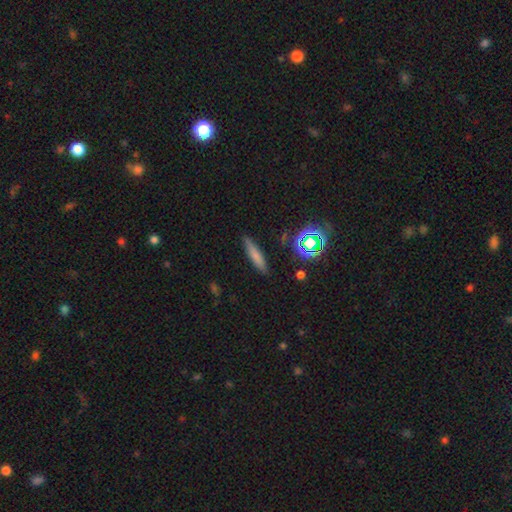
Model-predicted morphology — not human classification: smooth-or-featured: smooth: 68% | featured or disk: 18% | star or artifact: 14%
  how-rounded: cigar-shaped: 82% | in between: 15% | round: 3%
  merging: none: 85% | minor disturbance: 11% | major disturbance: 3% | merger: 2%